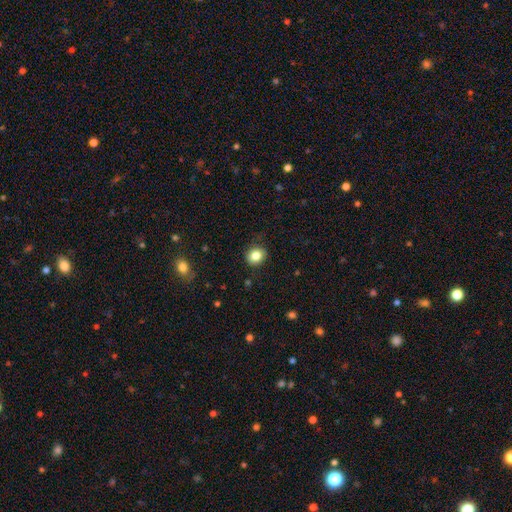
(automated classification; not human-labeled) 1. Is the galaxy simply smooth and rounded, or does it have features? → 83% smooth, 10% star or artifact, 7% featured or disk.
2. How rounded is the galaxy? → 76% round, 24% in between, 1% cigar-shaped.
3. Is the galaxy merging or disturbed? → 86% none, 10% minor disturbance, 3% major disturbance, 1% merger.